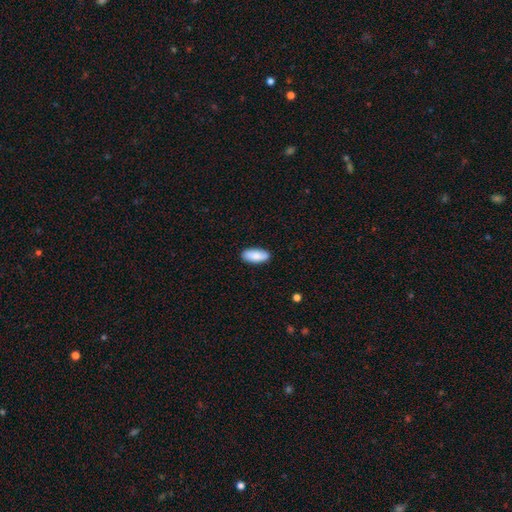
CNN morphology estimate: This is clearly a smooth galaxy (86%). How rounded: clearly in between (85%). Merging: clearly none (88%).